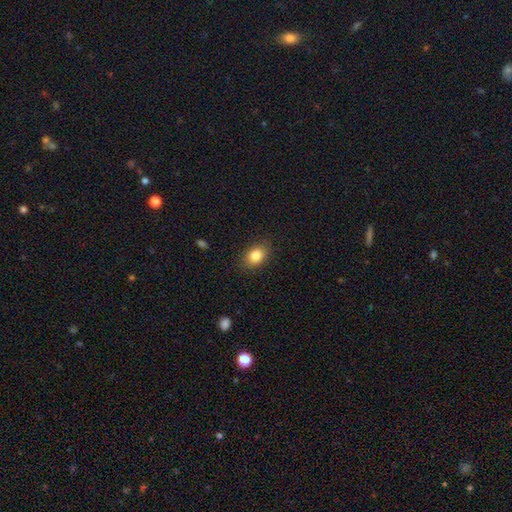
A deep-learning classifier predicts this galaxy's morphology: This is clearly a smooth galaxy (84%). How rounded: likely in between (72%). Merging: clearly none (85%).